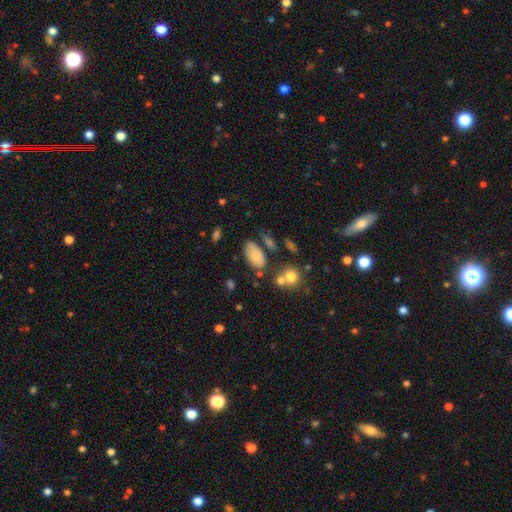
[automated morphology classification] The model was most divided on "merging": none: 60%, minor disturbance: 22%, merger: 11%, major disturbance: 8%. More confident: how rounded — in between (93%); smooth or featured — smooth (78%).